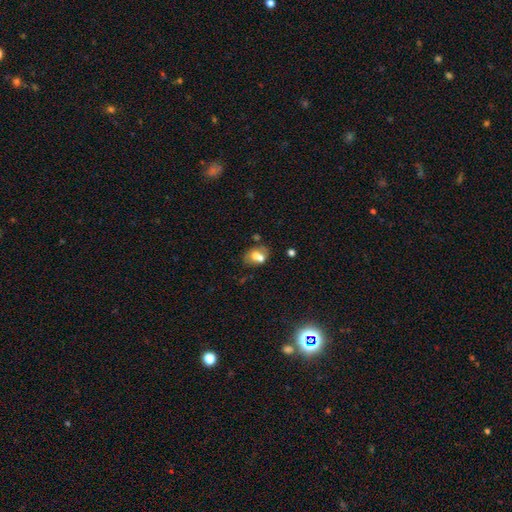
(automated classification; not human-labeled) This is possibly a smooth galaxy (58%). How rounded: likely in between (66%). Merging: marginally none (38%).